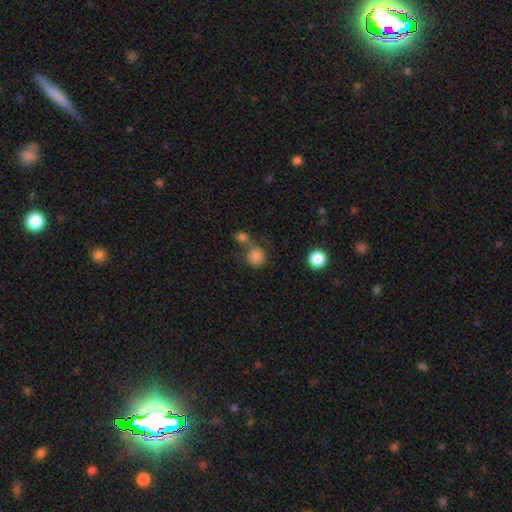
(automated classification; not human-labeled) Morphology: type=smooth (83%); roundness=round (88%); merging=none (54%).